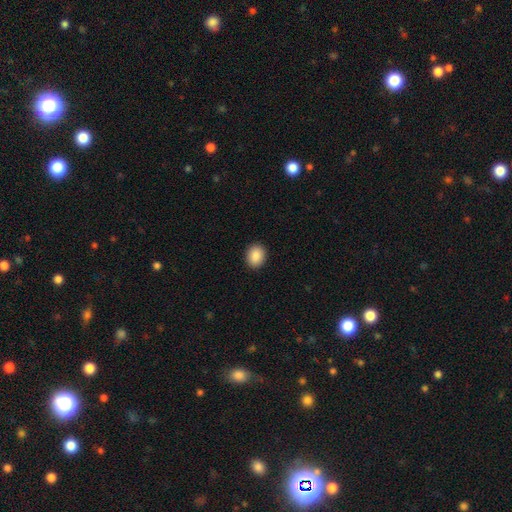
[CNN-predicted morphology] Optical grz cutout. It shows a smooth galaxy with no disk features (88%) that is round (55%). Merging: none (92%).